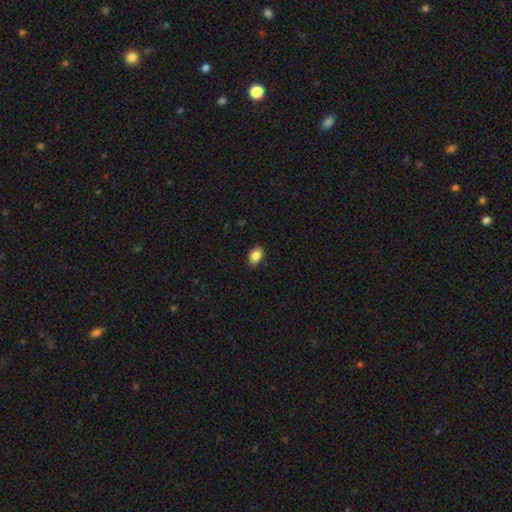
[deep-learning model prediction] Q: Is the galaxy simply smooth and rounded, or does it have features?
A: smooth — 87%.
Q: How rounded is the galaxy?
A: in between — 81%.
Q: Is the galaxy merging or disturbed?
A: none — 87%.